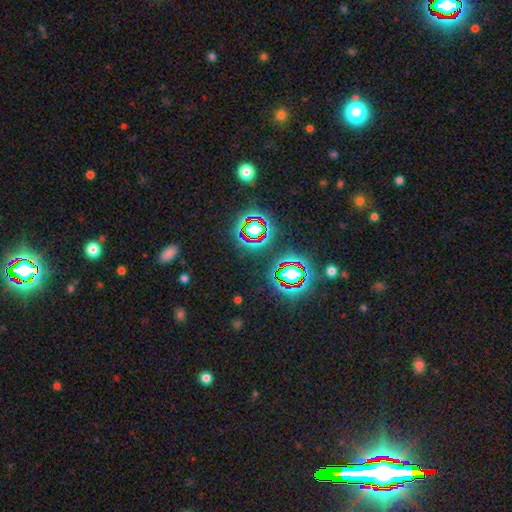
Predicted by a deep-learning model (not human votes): smooth-or-featured: star or artifact: 79% | smooth: 12% | featured or disk: 9%